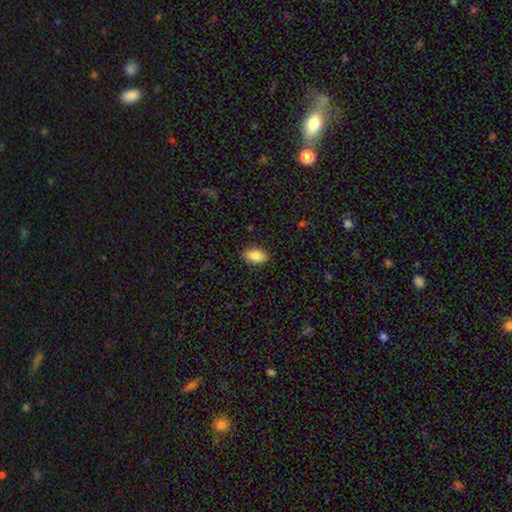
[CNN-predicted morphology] This appears to be a smooth galaxy with no disk features (88%) that is in between round and cigar-shaped (93%). Merging: none (88%).